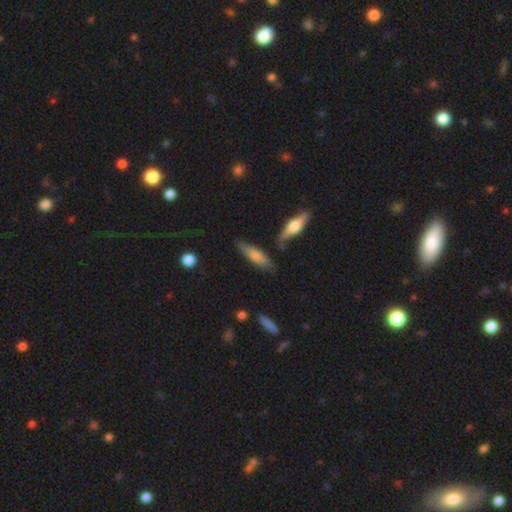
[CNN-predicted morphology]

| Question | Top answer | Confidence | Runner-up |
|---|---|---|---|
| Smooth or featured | smooth | 63% | featured or disk (30%) |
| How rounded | cigar-shaped | 60% | in between (38%) |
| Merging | none | 73% | minor disturbance (17%) |